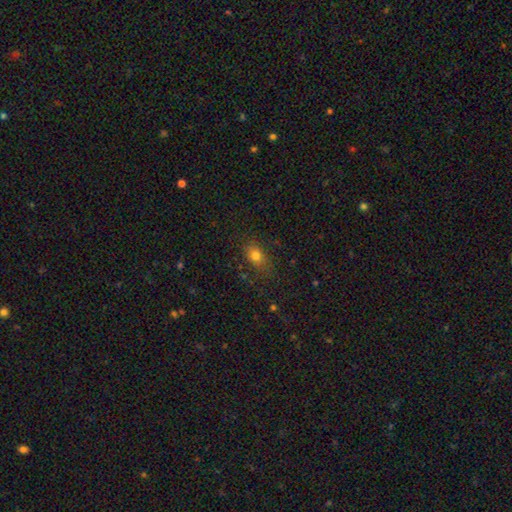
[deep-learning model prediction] smooth 77%, star or artifact 13%, featured or disk 10%. Down the decision tree: how rounded — in between (69%); merging — none (75%).